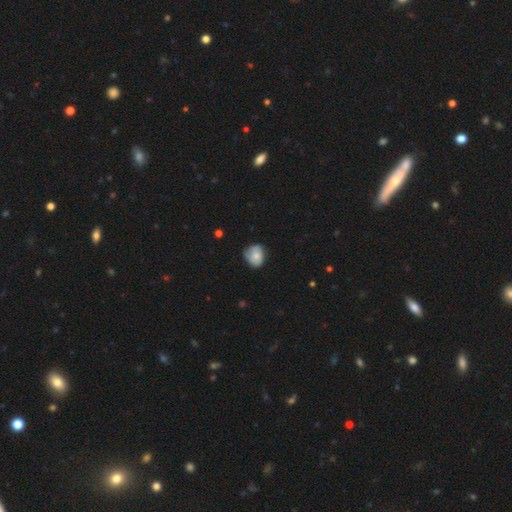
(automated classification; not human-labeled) Smooth or featured: smooth — 70% (featured or disk — 22%)
How rounded: round — 62% (in between — 38%)
Merging: none — 58% (minor disturbance — 33%)